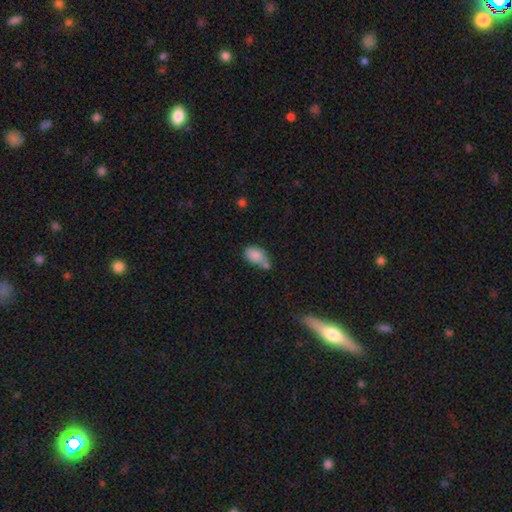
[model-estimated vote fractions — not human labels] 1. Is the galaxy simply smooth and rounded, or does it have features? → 83% smooth, 9% featured or disk, 8% star or artifact.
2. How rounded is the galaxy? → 88% in between, 11% round, 2% cigar-shaped.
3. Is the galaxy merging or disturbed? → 41% none, 31% merger, 22% minor disturbance, 6% major disturbance.